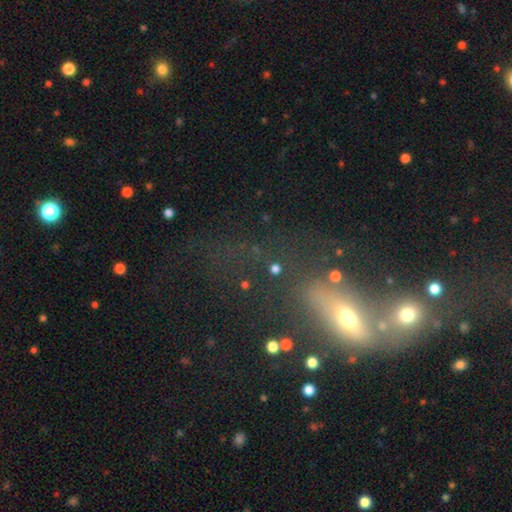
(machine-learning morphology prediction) Smooth or featured? Predicted: smooth (p=0.42). Merging? Predicted: merger (p=0.39).